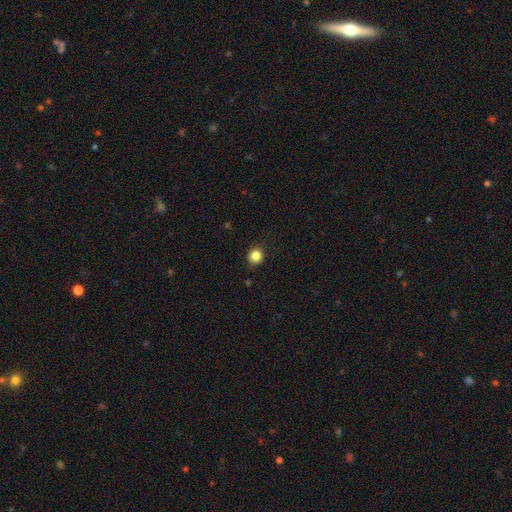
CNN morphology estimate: This appears to be a smooth galaxy with no disk features (85%) that is round (91%). Merging: none (90%).